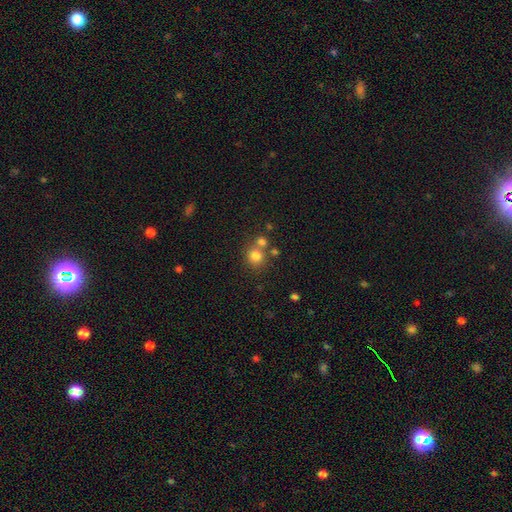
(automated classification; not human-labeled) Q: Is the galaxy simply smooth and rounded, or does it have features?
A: smooth — 79%.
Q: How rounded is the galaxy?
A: round — 88%.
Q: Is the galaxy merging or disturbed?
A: none — 60%.